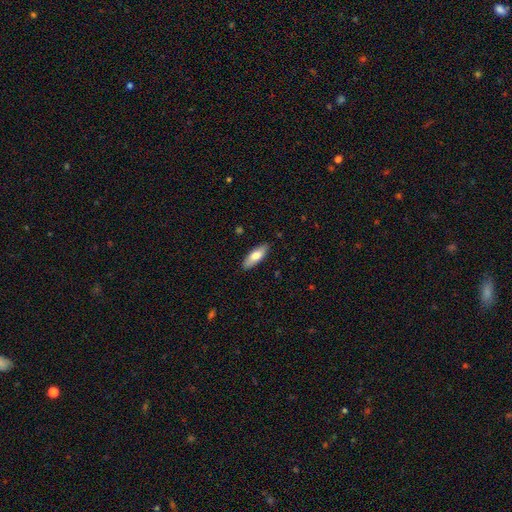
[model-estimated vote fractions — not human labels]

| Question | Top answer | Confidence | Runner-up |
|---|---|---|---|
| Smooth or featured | smooth | 76% | featured or disk (18%) |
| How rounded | in between | 66% | cigar-shaped (32%) |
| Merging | none | 88% | minor disturbance (9%) |